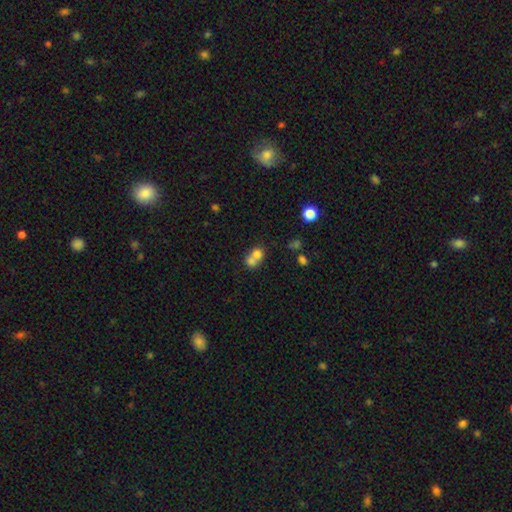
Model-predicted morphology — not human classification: The model was most divided on "how rounded": round: 69%, in between: 30%, cigar-shaped: 1%. More confident: smooth or featured — smooth (71%); merging — merger (68%).